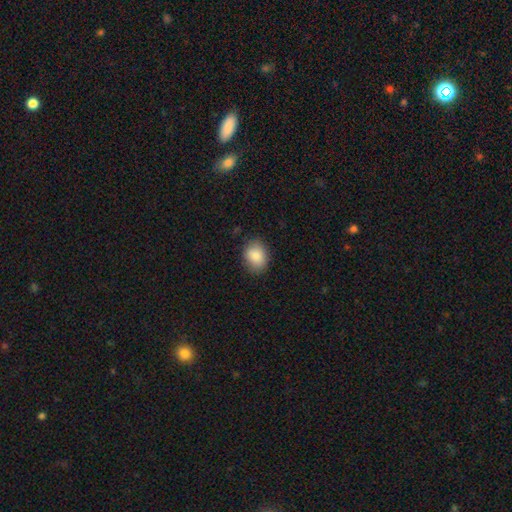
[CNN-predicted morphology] Smooth or featured: smooth — 86% (star or artifact — 8%)
How rounded: in between — 63% (round — 36%)
Merging: none — 83% (minor disturbance — 13%)